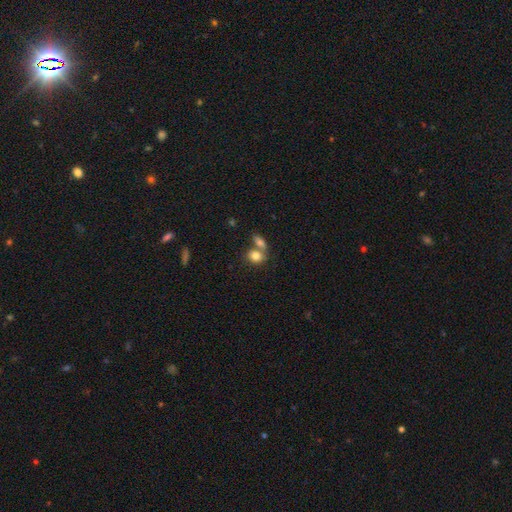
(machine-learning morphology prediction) This is clearly a smooth galaxy (81%). How rounded: likely in between (65%). Merging: possibly merger (47%).